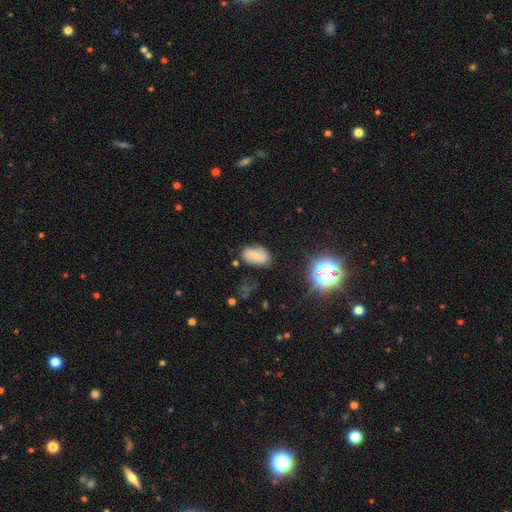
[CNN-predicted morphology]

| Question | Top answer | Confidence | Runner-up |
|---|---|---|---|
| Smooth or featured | smooth | 54% | featured or disk (32%) |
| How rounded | in between | 88% | round (10%) |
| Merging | none | 71% | minor disturbance (20%) |